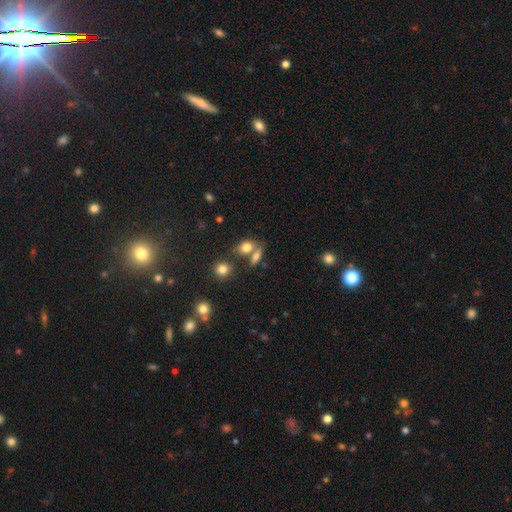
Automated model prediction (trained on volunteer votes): smooth-or-featured: smooth: 74% | featured or disk: 13% | star or artifact: 12%
  how-rounded: in between: 71% | round: 19% | cigar-shaped: 10%
  merging: none: 50% | merger: 33% | minor disturbance: 11% | major disturbance: 5%